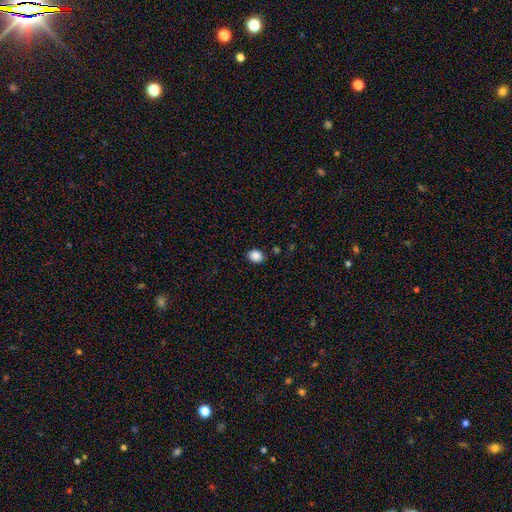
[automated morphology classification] smooth_or_featured: smooth (p=0.87) [alt: star or artifact p=0.09]
how_rounded: in between (p=0.58) [alt: round p=0.41]
merging: none (p=0.86) [alt: minor disturbance p=0.10]